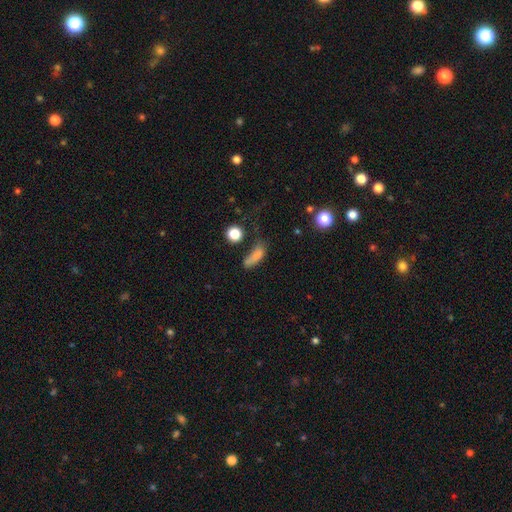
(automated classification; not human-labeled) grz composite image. It shows a smooth galaxy with no disk features (74%) that is in between round and cigar-shaped (55%). Merging: none (38%).